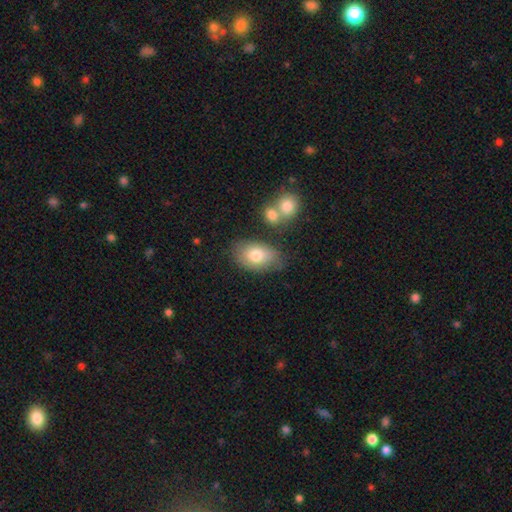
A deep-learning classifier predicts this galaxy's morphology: smooth_or_featured: smooth (p=0.78) [alt: featured or disk p=0.15]
how_rounded: in between (p=0.88) [alt: round p=0.11]
merging: none (p=0.64) [alt: minor disturbance p=0.19]